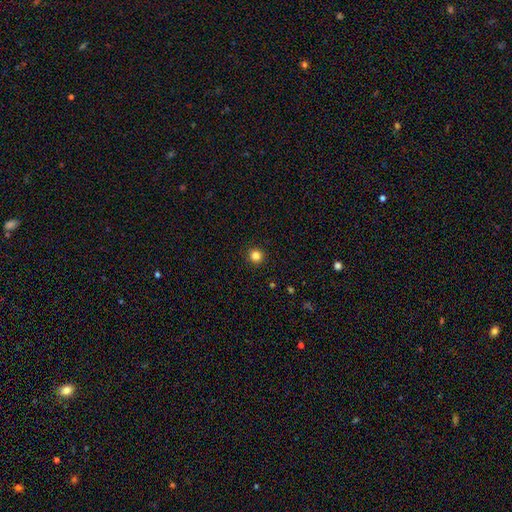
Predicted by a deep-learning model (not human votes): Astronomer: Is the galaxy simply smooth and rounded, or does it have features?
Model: smooth — 83%.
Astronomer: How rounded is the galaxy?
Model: round — 95%.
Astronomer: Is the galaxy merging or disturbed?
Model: none — 93%.